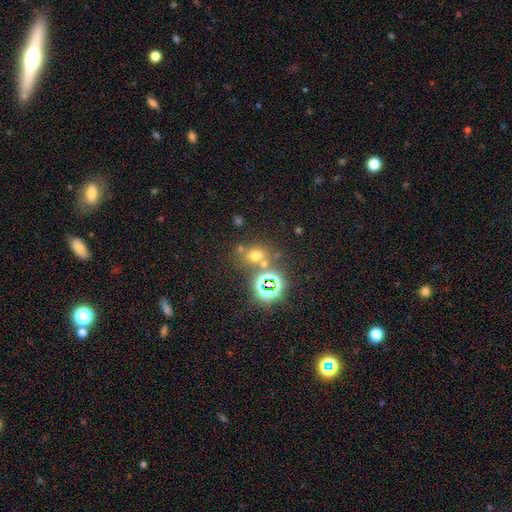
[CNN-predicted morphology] smooth 55%, star or artifact 35%, featured or disk 10%. Down the decision tree: how rounded — round (71%); merging — none (63%).